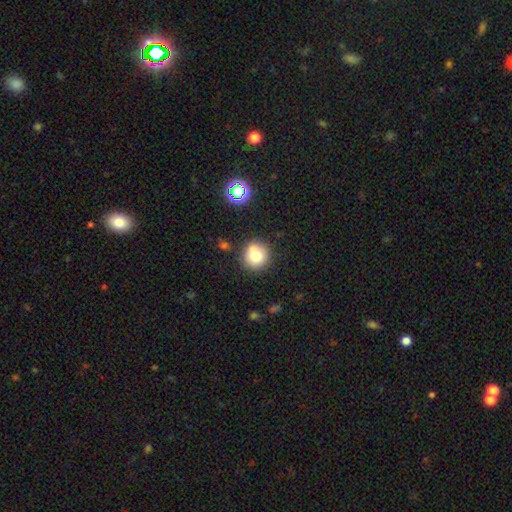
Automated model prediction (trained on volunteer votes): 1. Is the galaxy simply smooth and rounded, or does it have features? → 77% smooth, 12% star or artifact, 10% featured or disk.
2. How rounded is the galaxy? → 92% round, 7% in between, 1% cigar-shaped.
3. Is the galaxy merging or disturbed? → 78% none, 12% minor disturbance, 6% merger, 3% major disturbance.